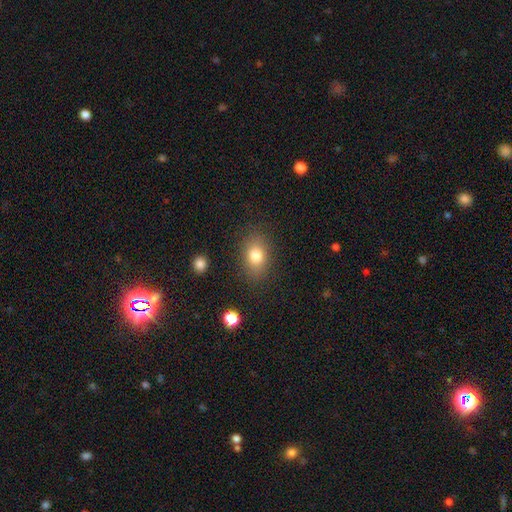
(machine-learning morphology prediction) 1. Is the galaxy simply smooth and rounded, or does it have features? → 80% smooth, 10% featured or disk, 10% star or artifact.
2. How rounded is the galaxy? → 75% in between, 24% round, 1% cigar-shaped.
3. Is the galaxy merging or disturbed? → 83% none, 11% minor disturbance, 4% major disturbance, 2% merger.